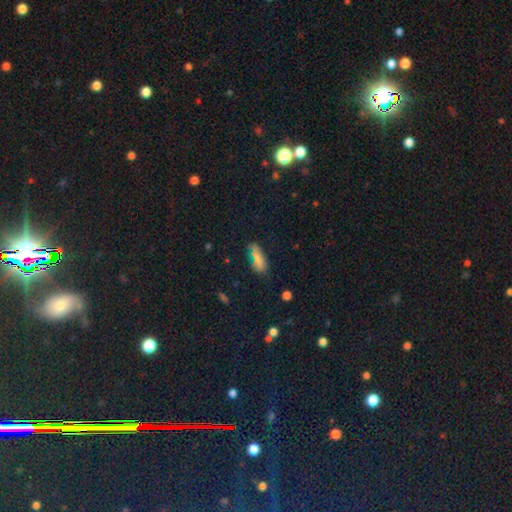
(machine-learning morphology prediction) Smooth or featured? smooth (75%)
How rounded? in between (51%)
Merging? none (63%)